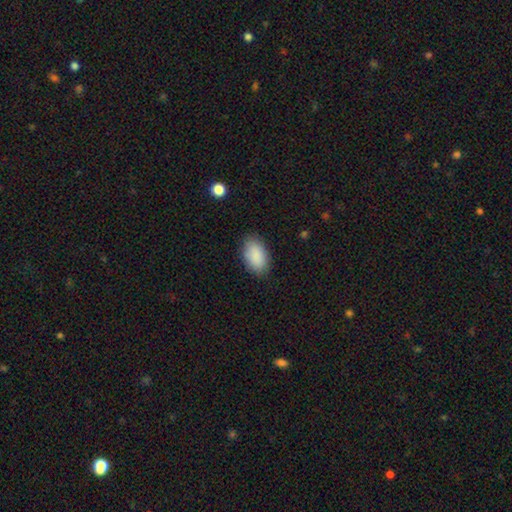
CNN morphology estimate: Smooth or featured: smooth — 90% (star or artifact — 6%)
How rounded: in between — 93% (round — 5%)
Merging: none — 85% (minor disturbance — 11%)